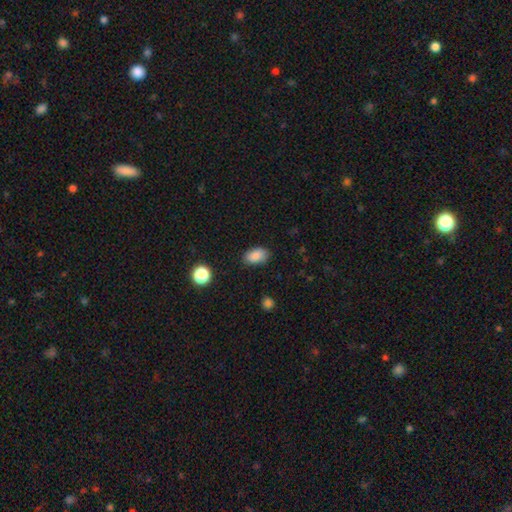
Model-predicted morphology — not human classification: The model was most divided on "merging": none: 84%, minor disturbance: 12%, major disturbance: 3%, merger: 1%. More confident: how rounded — in between (89%); smooth or featured — smooth (85%).